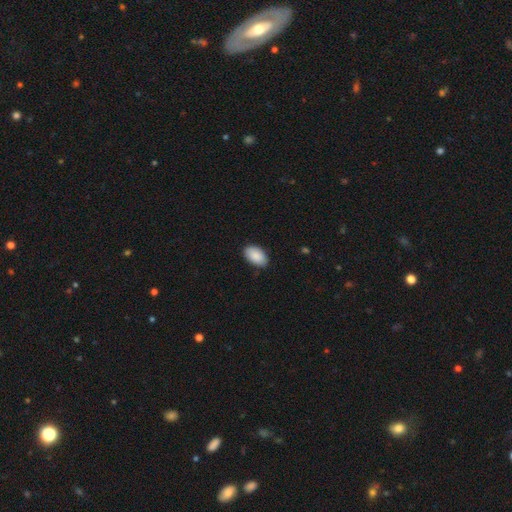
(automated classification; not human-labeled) Q: Smooth or featured?
A: smooth (89%); runner-up: star or artifact (6%)
Q: How rounded?
A: in between (94%); runner-up: round (5%)
Q: Merging?
A: none (84%); runner-up: minor disturbance (13%)